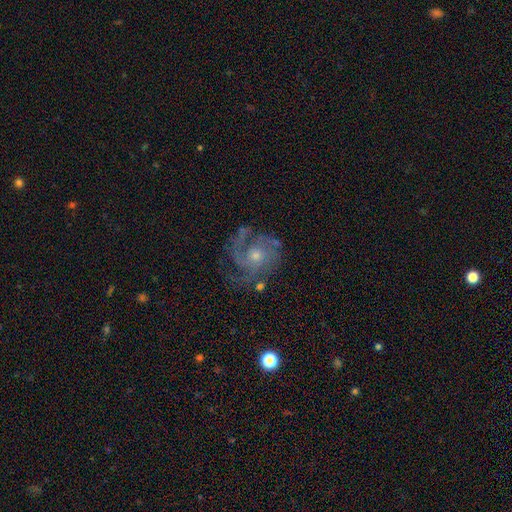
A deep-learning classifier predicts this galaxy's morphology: smooth_or_featured: featured or disk (p=0.85) [alt: smooth p=0.08]
disk_edge_on: no (p=0.98) [alt: yes p=0.02]
bar: no (p=0.76) [alt: weak p=0.20]
has_spiral_arms: yes (p=0.96) [alt: no p=0.04]
spiral_winding: tight (p=0.46) [alt: medium p=0.43]
spiral_arm_count: 3 (p=0.40) [alt: 2 p=0.18]
bulge_size: moderate (p=0.49) [alt: small p=0.45]
merging: none (p=0.67) [alt: minor disturbance p=0.18]